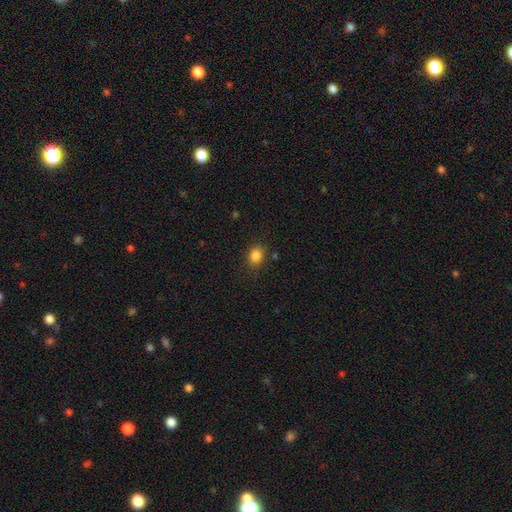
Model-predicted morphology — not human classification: smooth 84%, star or artifact 11%, featured or disk 5%. Down the decision tree: how rounded — round (56%); merging — none (81%).